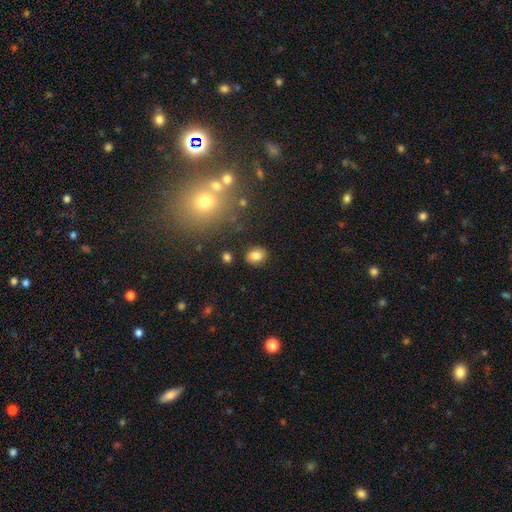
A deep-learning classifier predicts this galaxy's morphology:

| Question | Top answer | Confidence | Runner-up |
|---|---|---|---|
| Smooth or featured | smooth | 78% | featured or disk (12%) |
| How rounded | in between | 54% | round (45%) |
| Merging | none | 85% | minor disturbance (10%) |